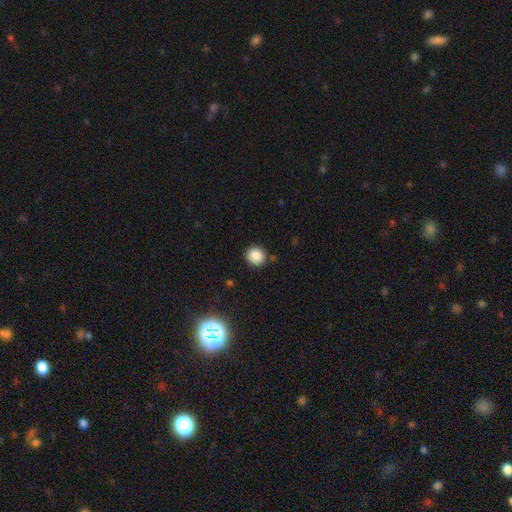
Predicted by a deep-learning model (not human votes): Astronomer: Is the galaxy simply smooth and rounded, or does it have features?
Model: smooth — 85%.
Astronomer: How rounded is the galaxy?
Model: round — 87%.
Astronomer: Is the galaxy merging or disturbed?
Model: none — 89%.